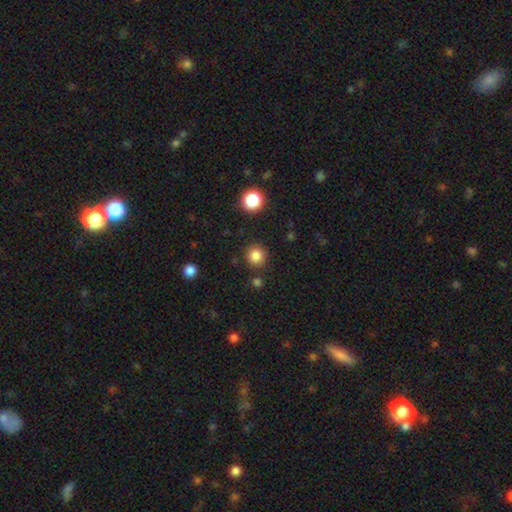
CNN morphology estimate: type=smooth (84%); roundness=round (94%); merging=none (88%).